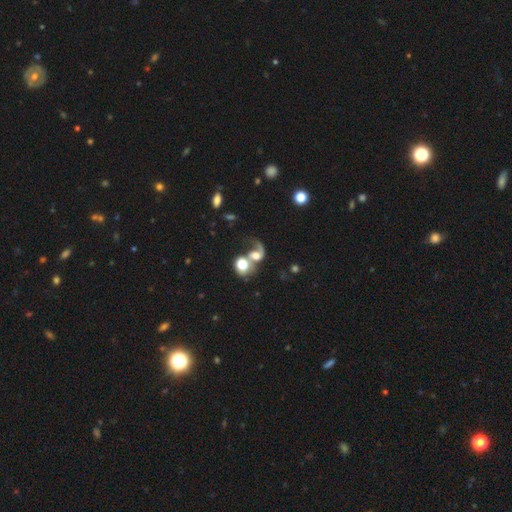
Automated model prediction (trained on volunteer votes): Overall: featured or disk (50%; smooth 41%). Merging: merger (67%).